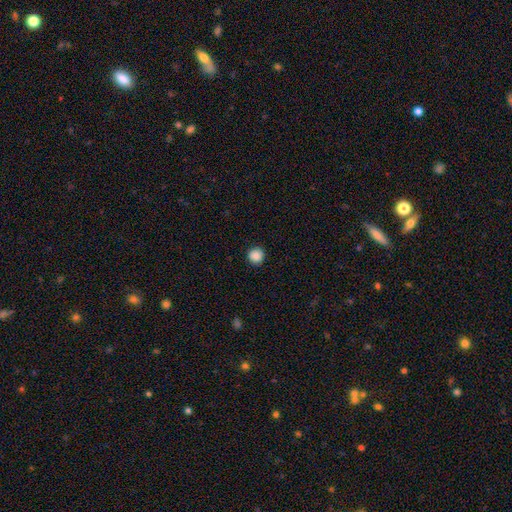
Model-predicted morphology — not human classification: smooth 88%, star or artifact 9%, featured or disk 3%. Down the decision tree: how rounded — round (95%); merging — none (92%).